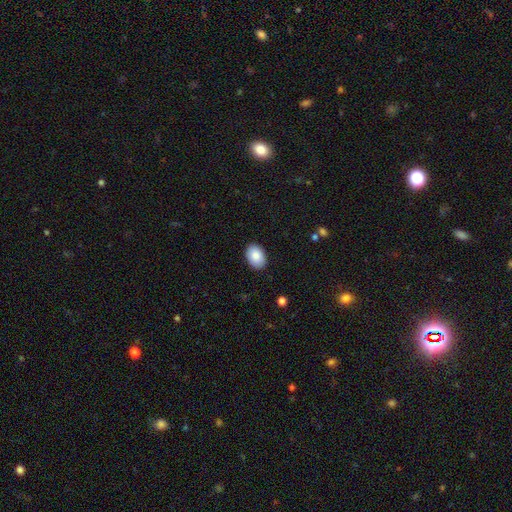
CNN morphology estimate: This appears to be a smooth galaxy with no disk features (86%) that is in between round and cigar-shaped (87%). Merging: none (89%).